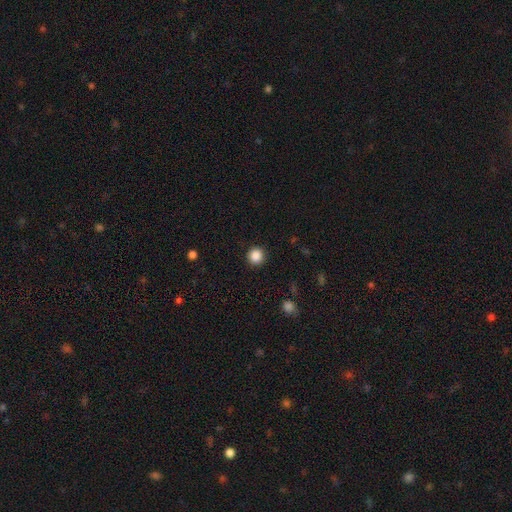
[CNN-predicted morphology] Smooth or featured? smooth (87%)
How rounded? round (95%)
Merging? none (92%)